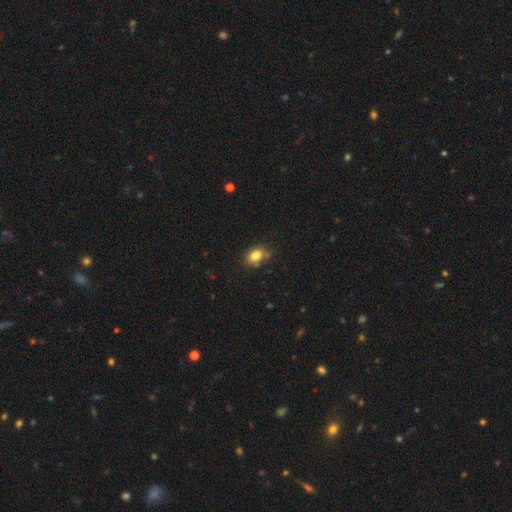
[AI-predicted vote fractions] Smooth or featured?
  - smooth: 82% *
  - star or artifact: 10%
  - featured or disk: 9%
How rounded?
  - in between: 78% *
  - round: 21%
  - cigar-shaped: 2%
Merging?
  - none: 74% *
  - minor disturbance: 20%
  - major disturbance: 4%
  - merger: 3%